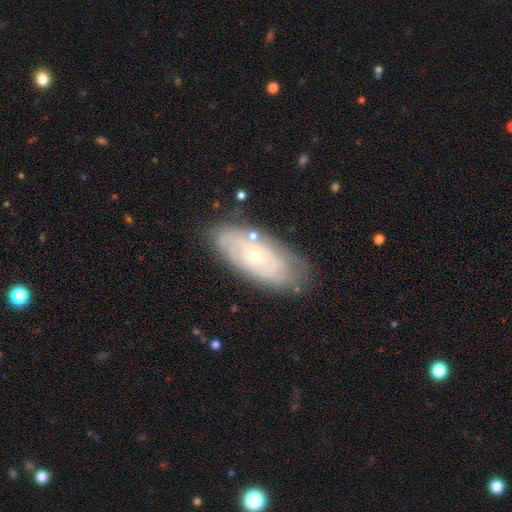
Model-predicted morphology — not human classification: Smooth or featured? featured or disk (72%)
Edge-on disk? no (91%)
Bar? no (86%)
Spiral arms? yes (79%)
Spiral winding? tight (77%)
Spiral arm count? can't tell (59%)
Bulge size? small (75%)
Merging? none (77%)